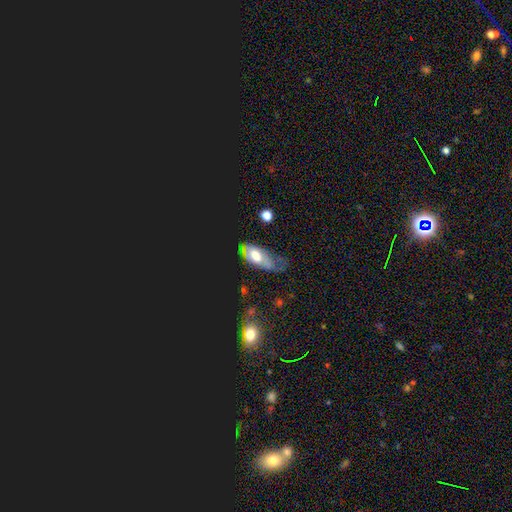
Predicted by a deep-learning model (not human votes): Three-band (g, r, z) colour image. It shows a smooth galaxy with no disk features (41%). Merging: none (39%).